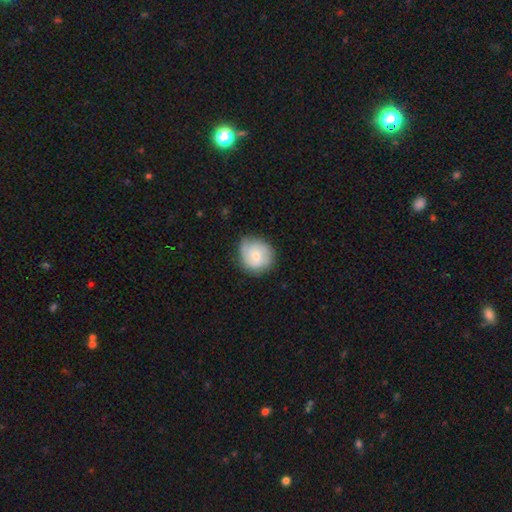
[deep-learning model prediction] This is possibly a featured or disk galaxy (49%). Merging: likely none (71%).